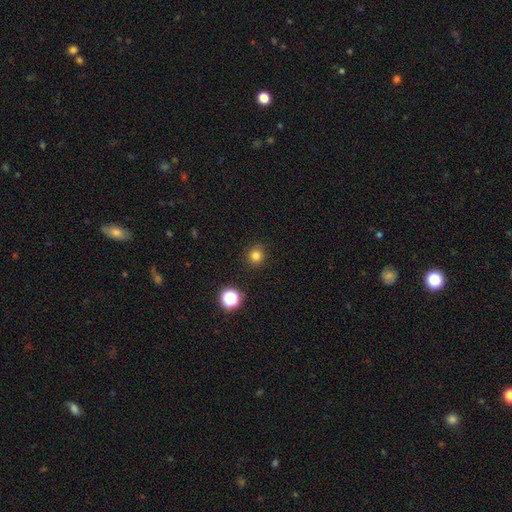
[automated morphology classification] Overall: smooth (80%). How rounded: round (92%). Merging: none (88%).